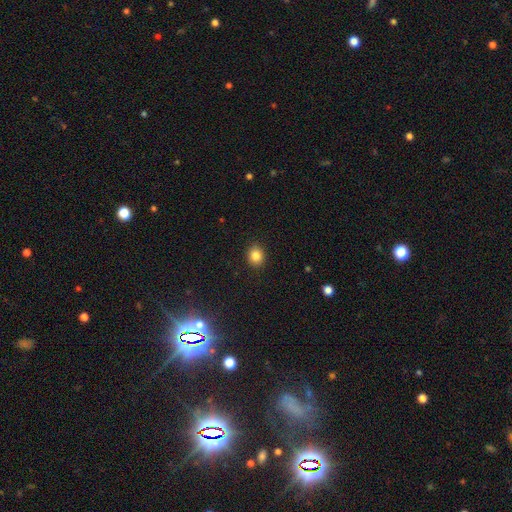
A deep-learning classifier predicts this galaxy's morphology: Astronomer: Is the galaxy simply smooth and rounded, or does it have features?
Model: smooth — 83%.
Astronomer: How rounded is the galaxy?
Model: round — 70%.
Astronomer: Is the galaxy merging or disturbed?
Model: none — 90%.